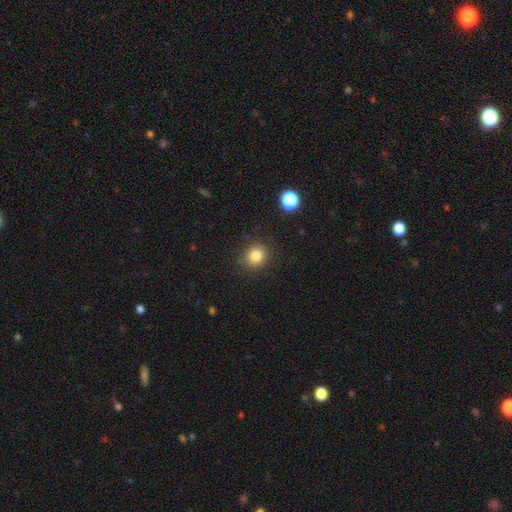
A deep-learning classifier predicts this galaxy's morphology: Q: Smooth or featured?
A: smooth (83%); runner-up: star or artifact (11%)
Q: How rounded?
A: round (83%); runner-up: in between (16%)
Q: Merging?
A: none (87%); runner-up: minor disturbance (9%)